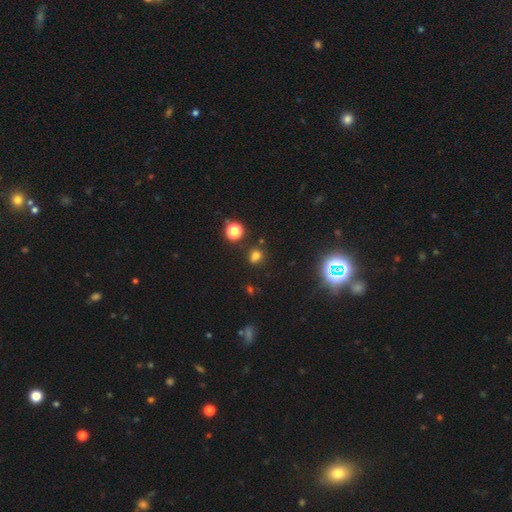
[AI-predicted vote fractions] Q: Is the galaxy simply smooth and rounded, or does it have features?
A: smooth — 69%.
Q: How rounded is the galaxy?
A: round — 66%.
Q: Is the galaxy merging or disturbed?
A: none — 77%.